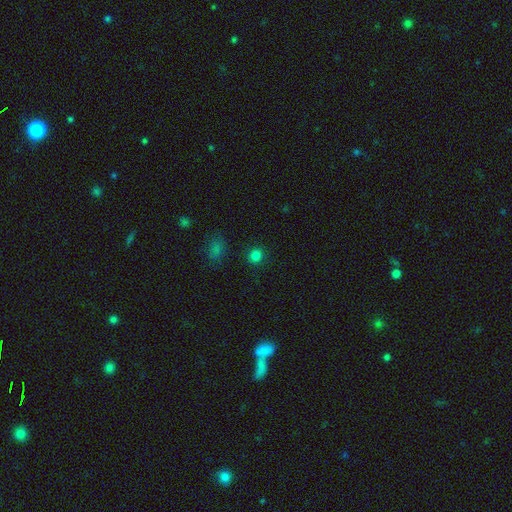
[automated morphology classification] type=smooth (81%); roundness=round (86%); merging=none (89%).